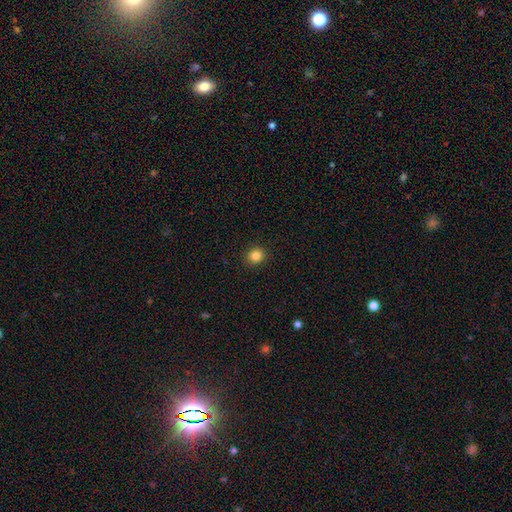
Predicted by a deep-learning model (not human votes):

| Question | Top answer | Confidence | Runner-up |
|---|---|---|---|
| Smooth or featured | smooth | 84% | star or artifact (11%) |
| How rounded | round | 80% | in between (19%) |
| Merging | none | 91% | minor disturbance (6%) |